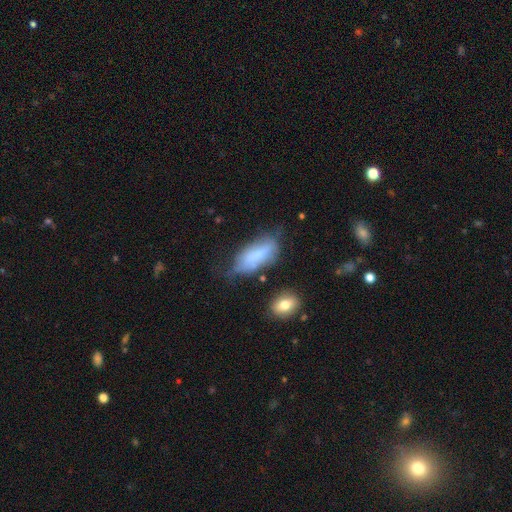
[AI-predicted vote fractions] Smooth or featured?
  - smooth: 66% *
  - featured or disk: 25%
  - star or artifact: 9%
How rounded?
  - in between: 76% *
  - cigar-shaped: 22%
  - round: 2%
Merging?
  - none: 43% *
  - minor disturbance: 36%
  - major disturbance: 15%
  - merger: 5%